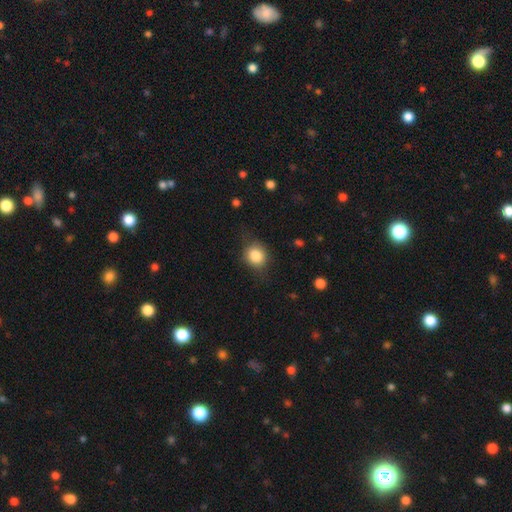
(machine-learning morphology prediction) smooth_or_featured: smooth (p=0.84) [alt: star or artifact p=0.09]
how_rounded: round (p=0.70) [alt: in between p=0.29]
merging: none (p=0.69) [alt: minor disturbance p=0.22]